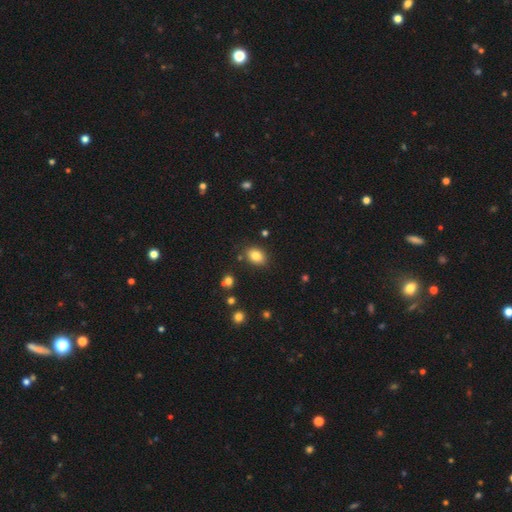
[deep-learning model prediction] This appears to be a smooth galaxy with no disk features (83%) that is in between round and cigar-shaped (77%). Merging: none (81%).